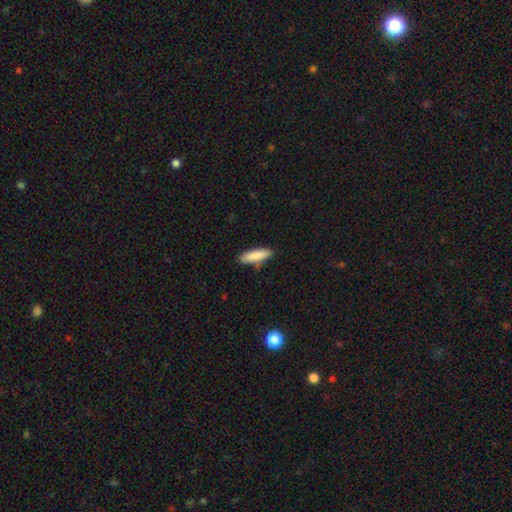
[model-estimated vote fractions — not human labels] The model was most divided on "how rounded": cigar-shaped: 63%, in between: 36%, round: 1%. More confident: smooth or featured — smooth (86%); merging — none (82%).